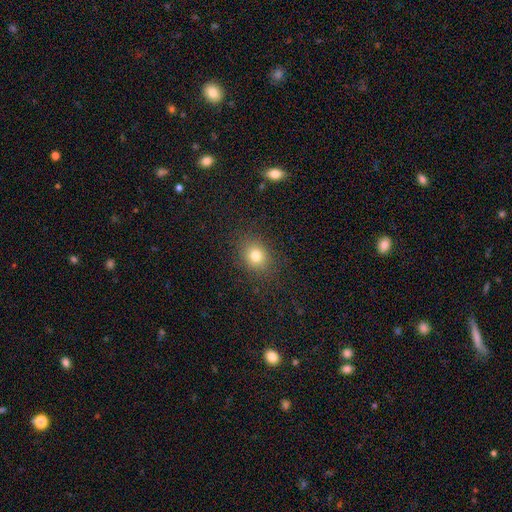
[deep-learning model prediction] Smooth or featured: smooth — 79% (star or artifact — 13%)
How rounded: round — 64% (in between — 35%)
Merging: none — 86% (minor disturbance — 9%)